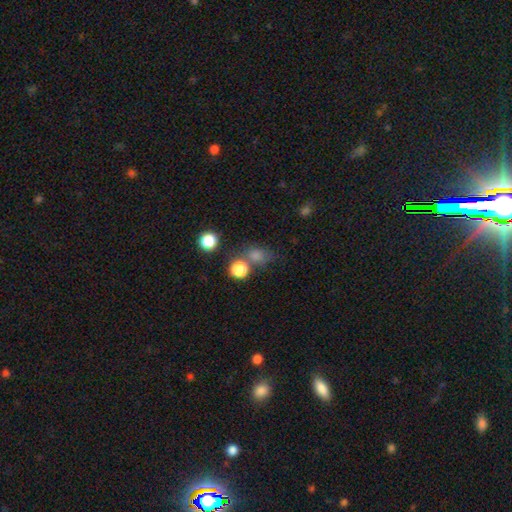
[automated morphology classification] smooth_or_featured: smooth (p=0.69) [alt: star or artifact p=0.23]
how_rounded: round (p=0.52) [alt: in between p=0.45]
merging: none (p=0.60) [alt: merger p=0.18]